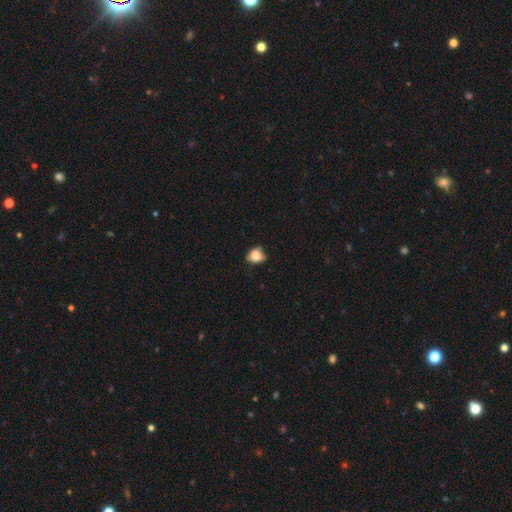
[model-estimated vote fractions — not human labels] Smooth or featured? smooth (78%)
How rounded? in between (50%)
Merging? none (45%)